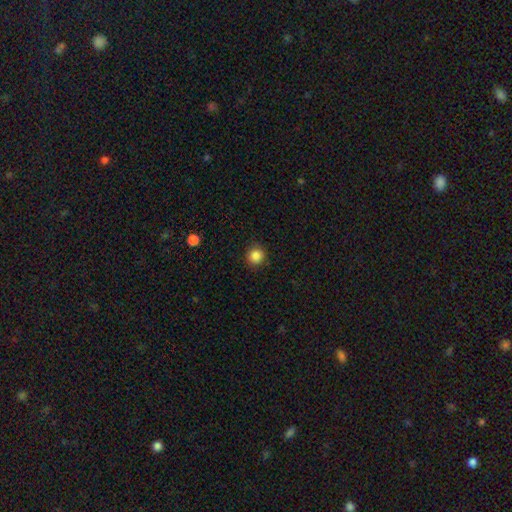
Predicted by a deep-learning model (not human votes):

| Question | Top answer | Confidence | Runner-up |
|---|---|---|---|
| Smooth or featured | smooth | 86% | star or artifact (11%) |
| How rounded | round | 93% | in between (6%) |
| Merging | none | 90% | minor disturbance (7%) |